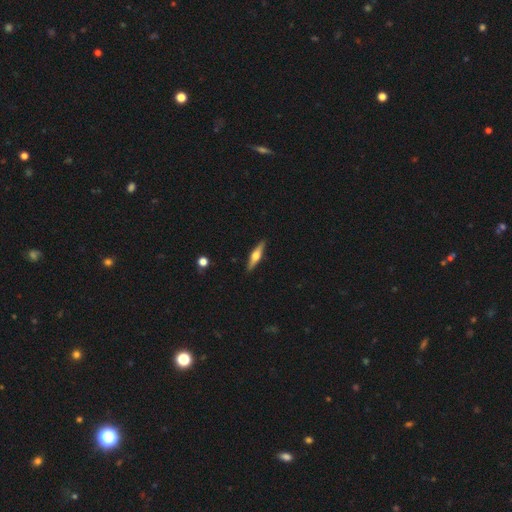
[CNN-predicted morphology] type=featured or disk (63%); edge-on=yes (96%); edge-on bulge=rounded (93%); merging=none (90%).